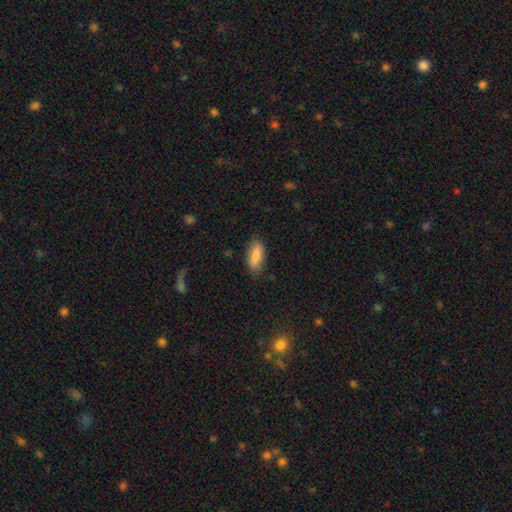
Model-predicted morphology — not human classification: This is clearly a smooth galaxy (87%). How rounded: likely in between (78%). Merging: likely none (79%).